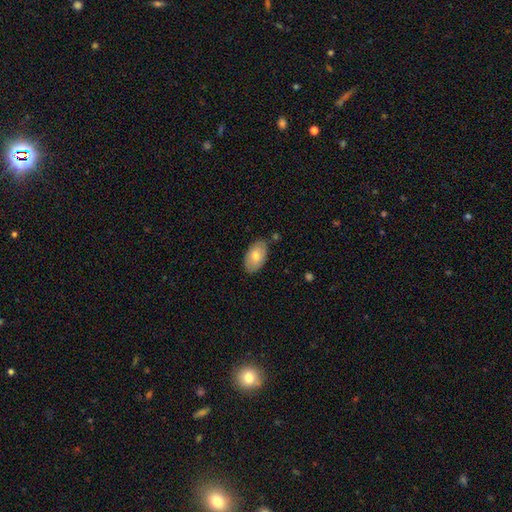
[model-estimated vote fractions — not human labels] Overall: smooth (74%). How rounded: in between (94%). Merging: none (79%).